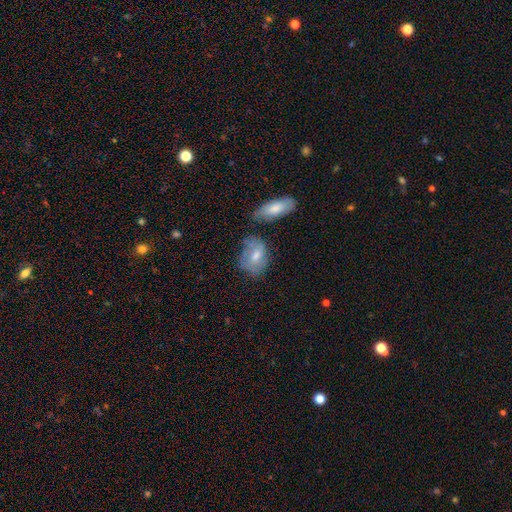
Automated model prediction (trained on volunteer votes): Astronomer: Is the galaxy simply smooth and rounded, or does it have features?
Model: smooth — 60%.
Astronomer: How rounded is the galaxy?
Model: in between — 76%.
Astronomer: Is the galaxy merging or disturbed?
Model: none — 50% (runner-up: minor disturbance, 28%).